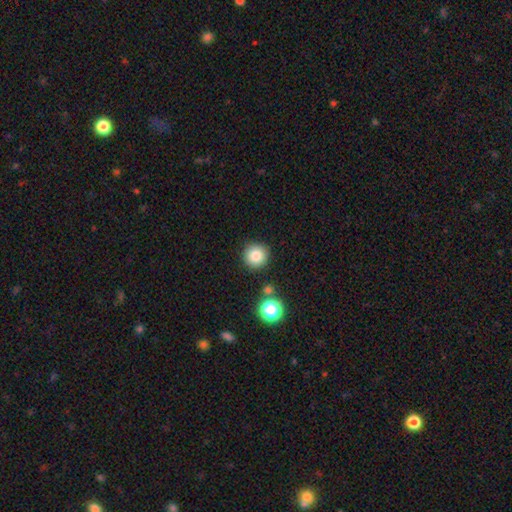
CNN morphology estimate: A smooth galaxy with no disk features (83%) that is round (95%).

Vote fractions:
- Smooth or featured? smooth: 83% / star or artifact: 11% / featured or disk: 6%
- How rounded? round: 95% / in between: 4% / cigar-shaped: 1%
- Merging? none: 88% / minor disturbance: 6% / merger: 4% / major disturbance: 2%